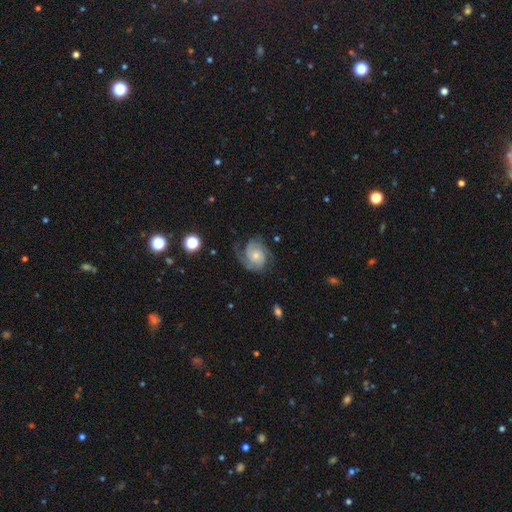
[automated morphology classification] Smooth or featured: featured or disk — 80% (smooth — 14%)
Edge-on disk: no — 98% (yes — 2%)
Bar: no — 75% (weak — 21%)
Spiral arms: yes — 95% (no — 5%)
Spiral winding: tight — 48% (medium — 38%)
Spiral arm count: 2 — 55% (3 — 18%)
Bulge size: small — 57% (moderate — 35%)
Merging: none — 66% (minor disturbance — 20%)